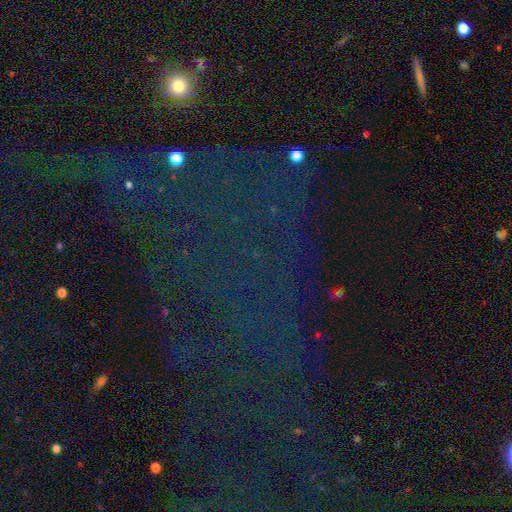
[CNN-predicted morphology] smooth-or-featured: star or artifact: 76% | smooth: 13% | featured or disk: 11%